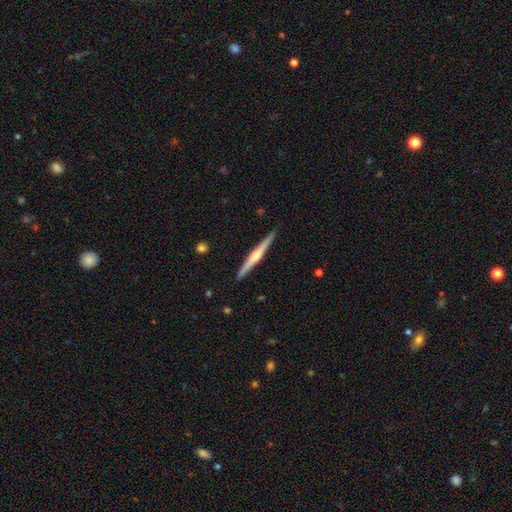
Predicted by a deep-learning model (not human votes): Smooth or featured? featured or disk (68%)
Edge-on disk? yes (98%)
Edge-on bulge? rounded (81%)
Merging? none (90%)